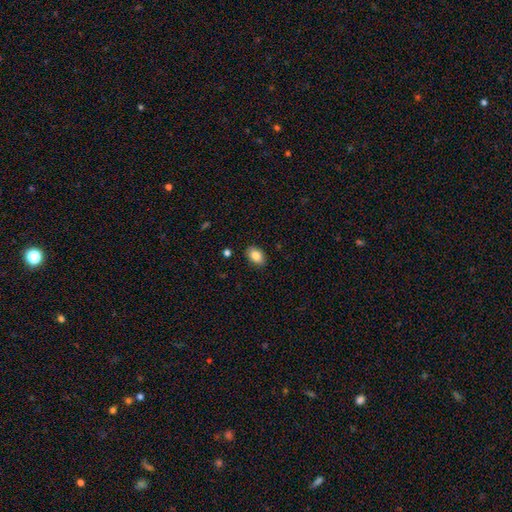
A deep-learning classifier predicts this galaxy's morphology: smooth 86%, star or artifact 8%, featured or disk 7%. Down the decision tree: how rounded — in between (86%); merging — none (88%).